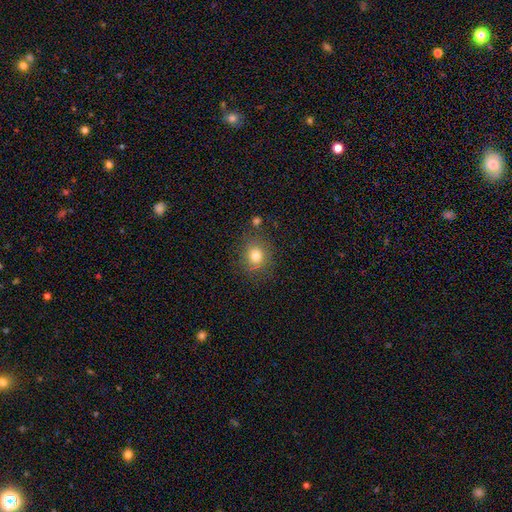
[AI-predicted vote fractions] smooth 79%, star or artifact 13%, featured or disk 8%. Down the decision tree: how rounded — round (77%); merging — none (82%).